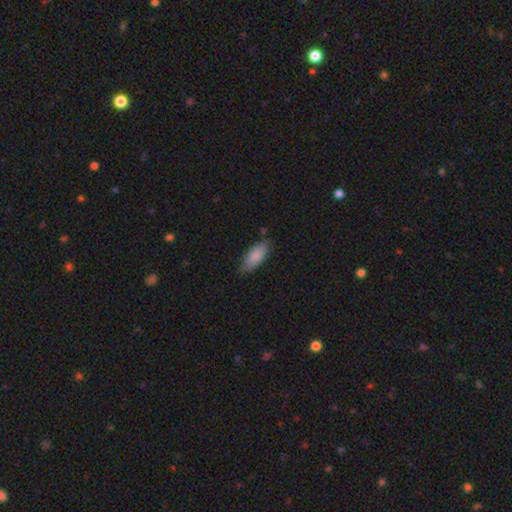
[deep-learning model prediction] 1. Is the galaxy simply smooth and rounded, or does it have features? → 85% smooth, 10% featured or disk, 6% star or artifact.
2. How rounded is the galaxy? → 81% in between, 17% cigar-shaped, 2% round.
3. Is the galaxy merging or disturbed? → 75% none, 20% minor disturbance, 3% major disturbance, 2% merger.